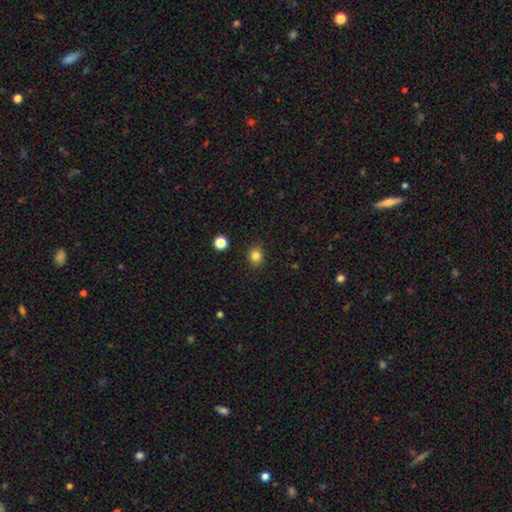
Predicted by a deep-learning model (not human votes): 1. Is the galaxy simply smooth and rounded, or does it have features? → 82% smooth, 12% star or artifact, 5% featured or disk.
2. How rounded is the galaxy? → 74% round, 25% in between, 1% cigar-shaped.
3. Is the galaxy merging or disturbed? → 90% none, 7% minor disturbance, 2% major disturbance, 1% merger.